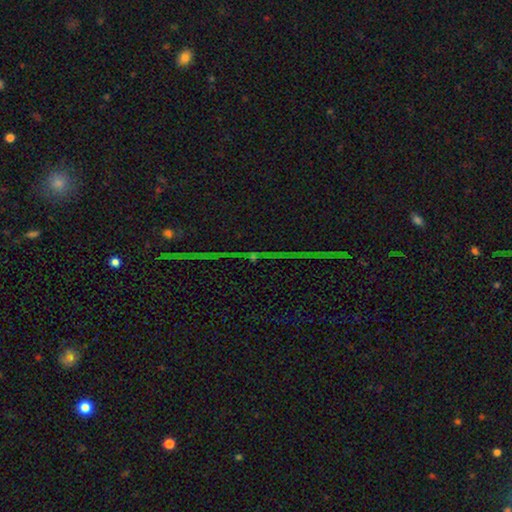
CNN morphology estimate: smooth_or_featured: star or artifact (p=0.76) [alt: featured or disk p=0.13]